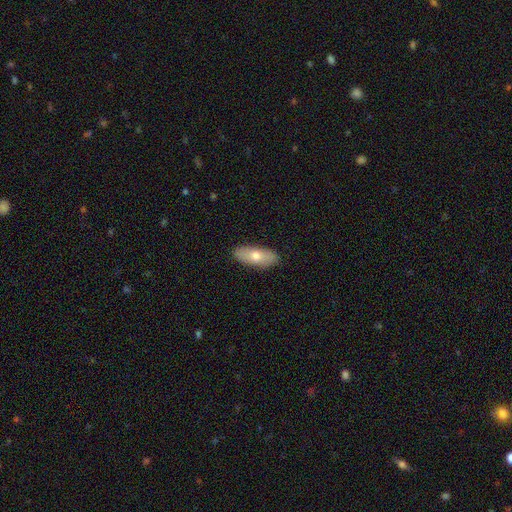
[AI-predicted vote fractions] Smooth or featured? smooth (69%)
How rounded? in between (78%)
Merging? none (89%)